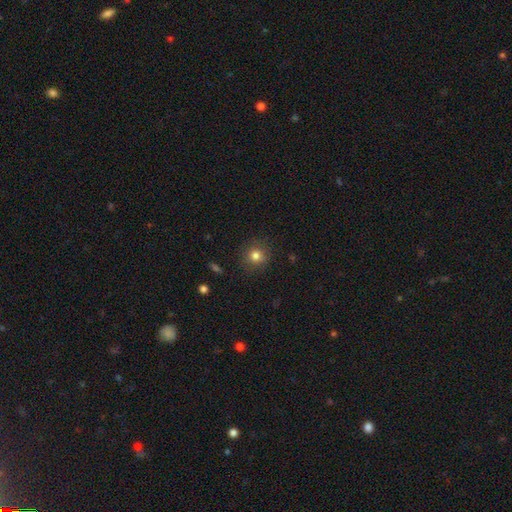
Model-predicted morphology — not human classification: Smooth or featured?
  - smooth: 81% *
  - star or artifact: 12%
  - featured or disk: 7%
How rounded?
  - round: 90% *
  - in between: 9%
  - cigar-shaped: 1%
Merging?
  - none: 87% *
  - minor disturbance: 9%
  - major disturbance: 3%
  - merger: 1%